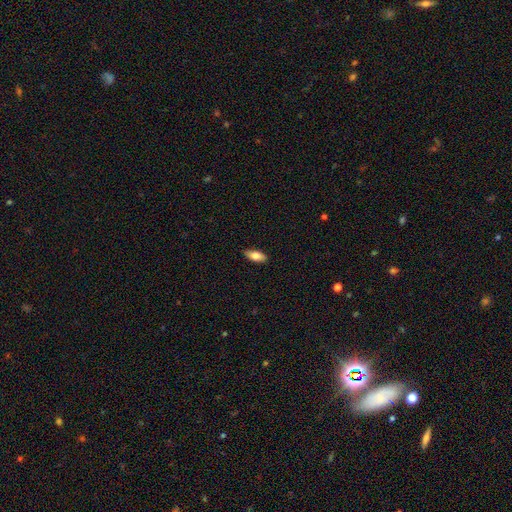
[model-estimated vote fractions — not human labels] smooth-or-featured: smooth: 79% | featured or disk: 14% | star or artifact: 6%
  how-rounded: in between: 83% | cigar-shaped: 15% | round: 2%
  merging: none: 88% | minor disturbance: 9% | major disturbance: 2% | merger: 1%